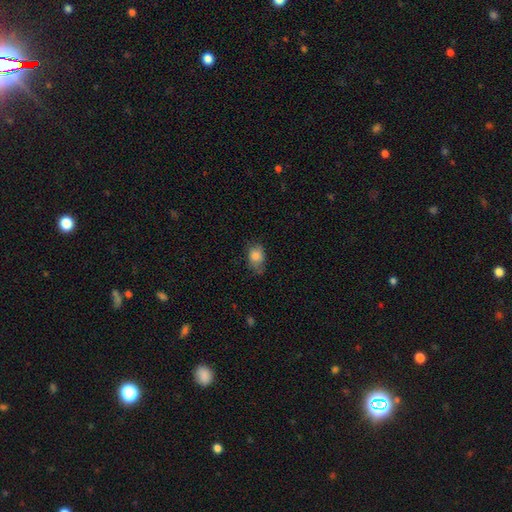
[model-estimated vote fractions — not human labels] Overall: smooth (82%). How rounded: in between (70%). Merging: none (56%; minor disturbance 31%).